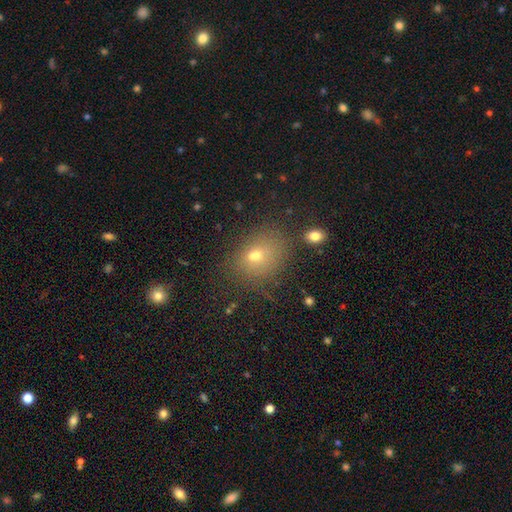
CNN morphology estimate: This is likely a smooth galaxy (67%). How rounded: possibly in between (59%). Merging: likely none (66%).